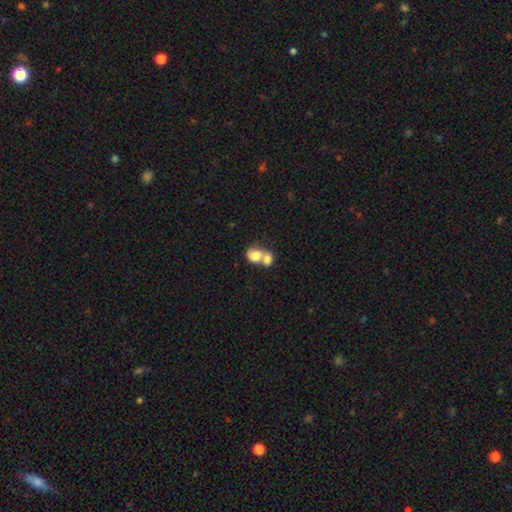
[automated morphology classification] Smooth or featured: smooth — 72% (featured or disk — 20%)
How rounded: in between — 53% (round — 46%)
Merging: merger — 78% (none — 13%)